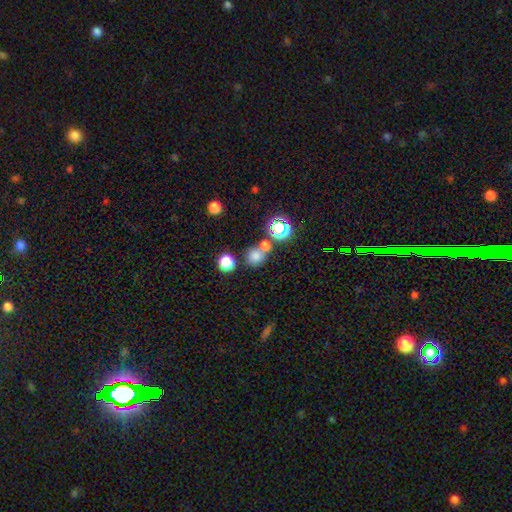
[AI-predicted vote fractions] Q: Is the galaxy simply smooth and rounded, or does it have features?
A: smooth — 70%.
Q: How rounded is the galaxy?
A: round — 81%.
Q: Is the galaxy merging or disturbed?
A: none — 60%.